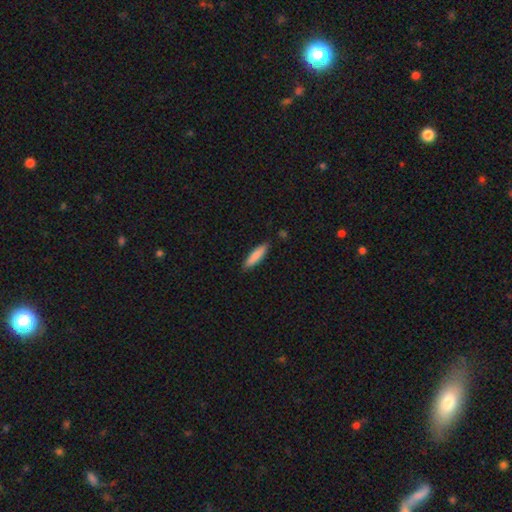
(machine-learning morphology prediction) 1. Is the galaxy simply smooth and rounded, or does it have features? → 86% smooth, 9% featured or disk, 6% star or artifact.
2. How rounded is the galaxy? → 76% cigar-shaped, 23% in between, 1% round.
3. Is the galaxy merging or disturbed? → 87% none, 10% minor disturbance, 2% major disturbance, 2% merger.